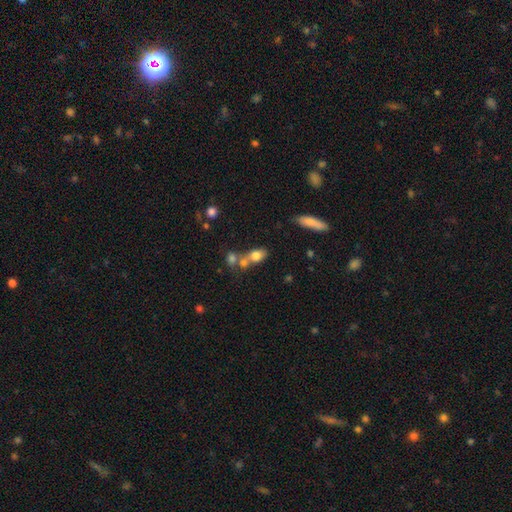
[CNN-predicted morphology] Smooth or featured?
  - smooth: 75% *
  - featured or disk: 14%
  - star or artifact: 11%
How rounded?
  - in between: 70% *
  - round: 24%
  - cigar-shaped: 6%
Merging?
  - merger: 47% *
  - none: 36%
  - minor disturbance: 11%
  - major disturbance: 6%